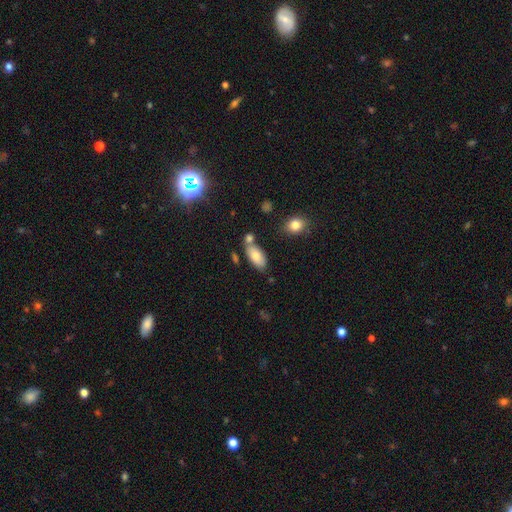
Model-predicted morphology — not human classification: Overall: smooth (79%). How rounded: in between (90%). Merging: none (65%).